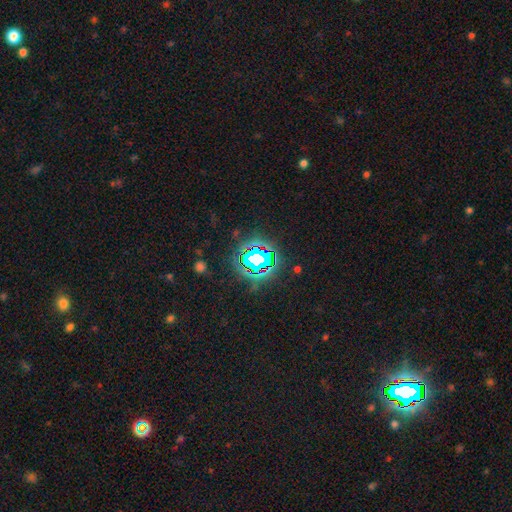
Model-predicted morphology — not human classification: smooth_or_featured: star or artifact (p=0.83) [alt: smooth p=0.10]